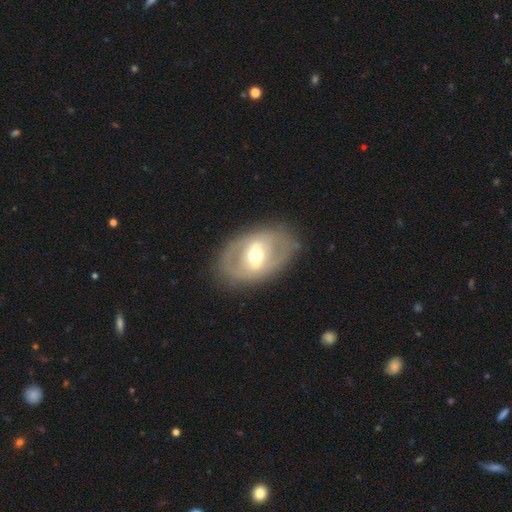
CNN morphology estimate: A featured or disk galaxy (66%) with a strong bar (41%), no spiral arms (68%) and a moderate central bulge (69%).

Vote fractions:
- Smooth or featured? featured or disk: 66% / smooth: 28% / star or artifact: 6%
- Edge-on disk? no: 91% / yes: 9%
- Bar? strong: 41% / weak: 35% / no: 24%
- Spiral arms? no: 68% / yes: 32%
- Bulge size? moderate: 69% / large: 15% / small: 14% / dominant: 1% / none: 1%
- Merging? none: 81% / minor disturbance: 12% / major disturbance: 6% / merger: 1%